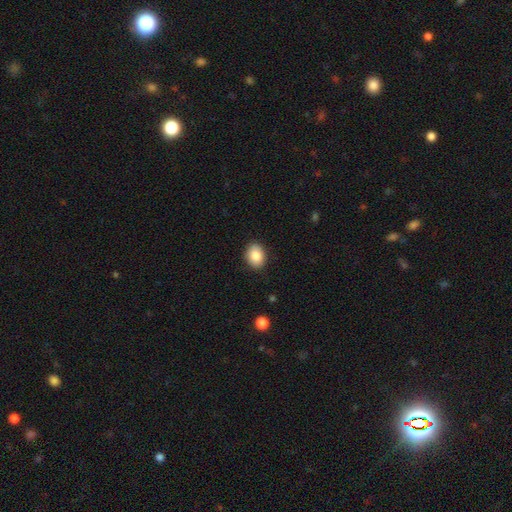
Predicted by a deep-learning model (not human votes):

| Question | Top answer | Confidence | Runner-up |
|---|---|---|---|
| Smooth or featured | smooth | 85% | star or artifact (8%) |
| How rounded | in between | 63% | round (36%) |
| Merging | none | 89% | minor disturbance (8%) |